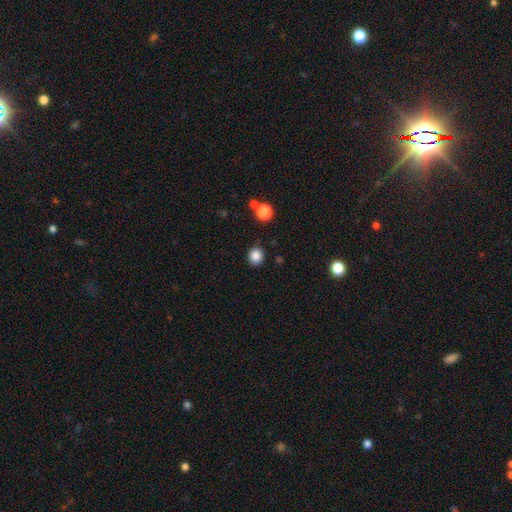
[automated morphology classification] This appears to be a smooth galaxy with no disk features (86%) that is round (79%). Merging: none (87%).